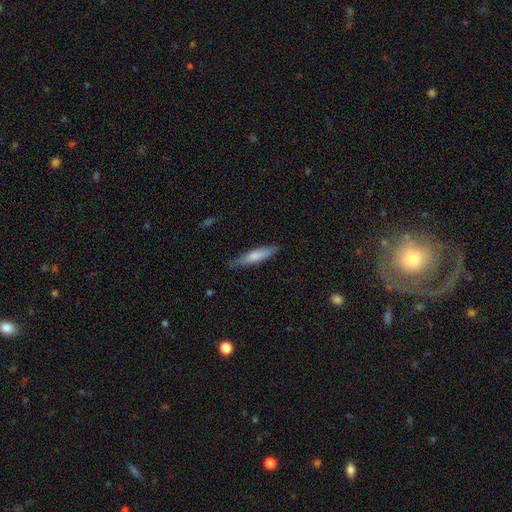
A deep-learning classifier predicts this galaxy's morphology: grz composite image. It shows a smooth galaxy with no disk features (74%) that is cigar-shaped (81%). Merging: none (80%).